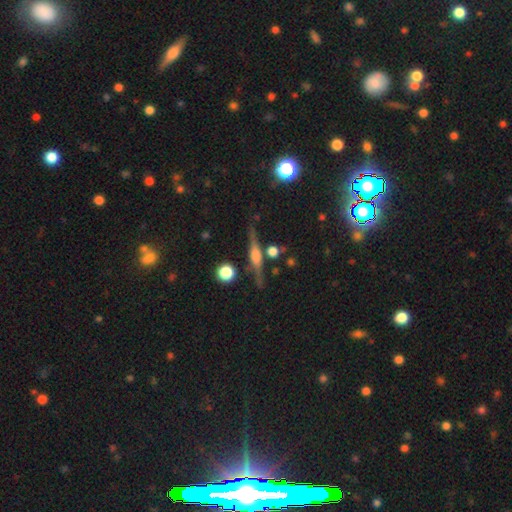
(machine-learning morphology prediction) This is likely a featured or disk galaxy (76%). It is clearly viewed edge-on (96%). Edge-on bulge: likely rounded (69%). Merging: clearly none (83%).